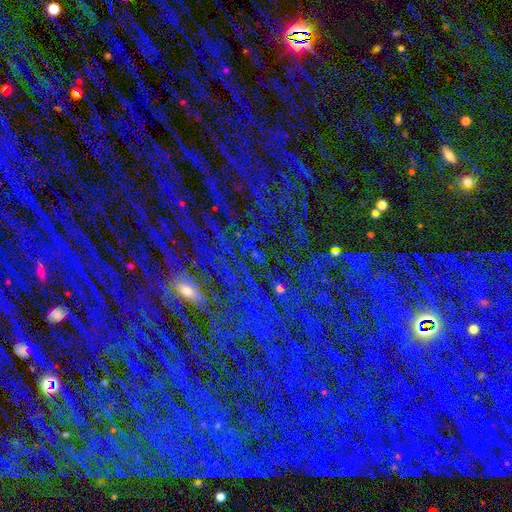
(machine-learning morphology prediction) Smooth or featured? star or artifact (83%)